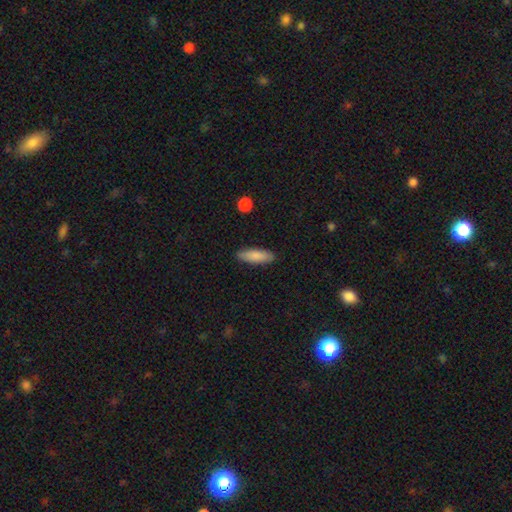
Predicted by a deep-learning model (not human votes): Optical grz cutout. It shows a smooth galaxy with no disk features (86%) that is in between round and cigar-shaped (52%). Merging: none (88%).